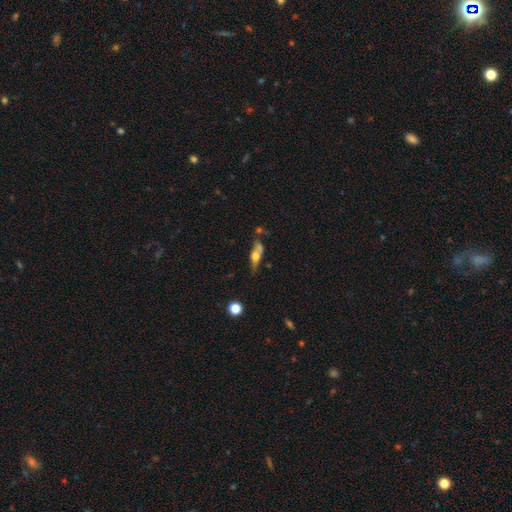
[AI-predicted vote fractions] Morphology: type=featured or disk (55%); edge-on=yes (82%); merging=none (50%).